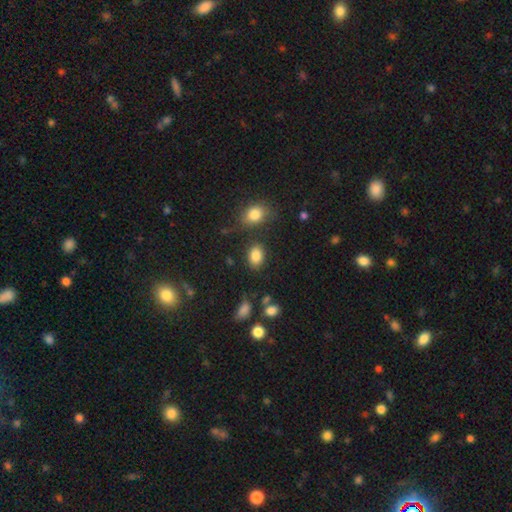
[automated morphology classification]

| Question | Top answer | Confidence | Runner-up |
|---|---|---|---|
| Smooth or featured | smooth | 85% | star or artifact (10%) |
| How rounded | in between | 72% | round (27%) |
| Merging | none | 81% | minor disturbance (11%) |